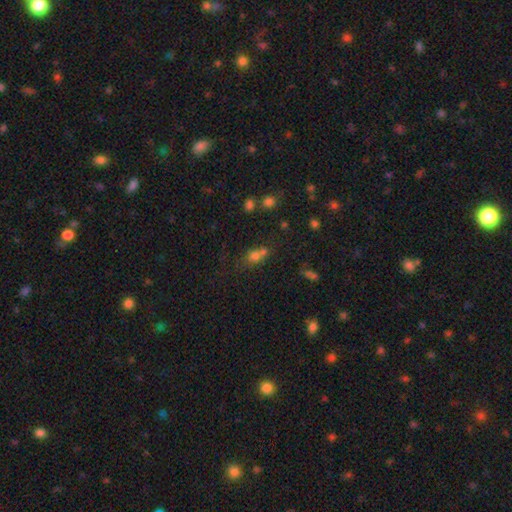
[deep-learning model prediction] Smooth or featured? Predicted: smooth (p=0.65). How rounded? Predicted: round (p=0.62). Merging? Predicted: merger (p=0.44).